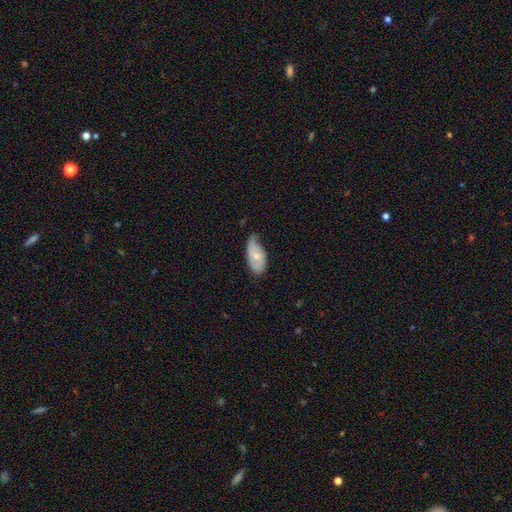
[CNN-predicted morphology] Smooth or featured: smooth — 60% (featured or disk — 33%)
How rounded: in between — 92% (cigar-shaped — 4%)
Merging: minor disturbance — 48% (none — 31%)